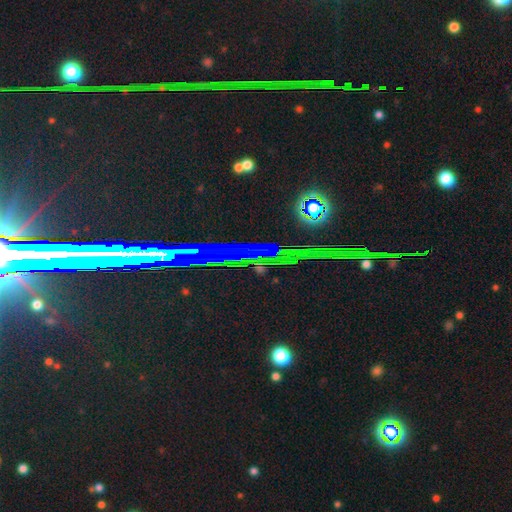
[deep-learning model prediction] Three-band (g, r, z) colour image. It shows a star or artifact, not a galaxy (80%).